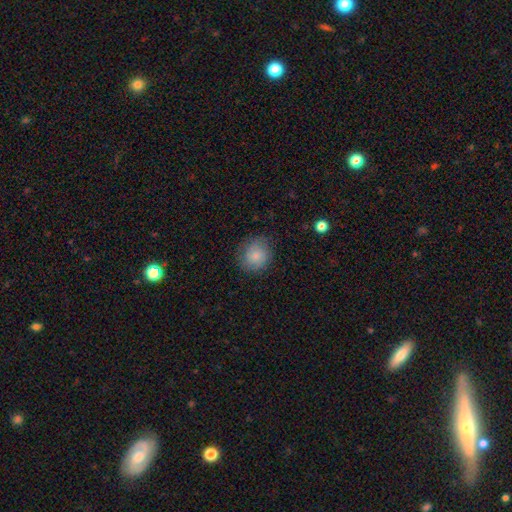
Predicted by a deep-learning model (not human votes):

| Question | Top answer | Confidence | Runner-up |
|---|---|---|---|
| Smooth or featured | smooth | 80% | featured or disk (13%) |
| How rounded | round | 79% | in between (20%) |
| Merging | none | 77% | minor disturbance (17%) |